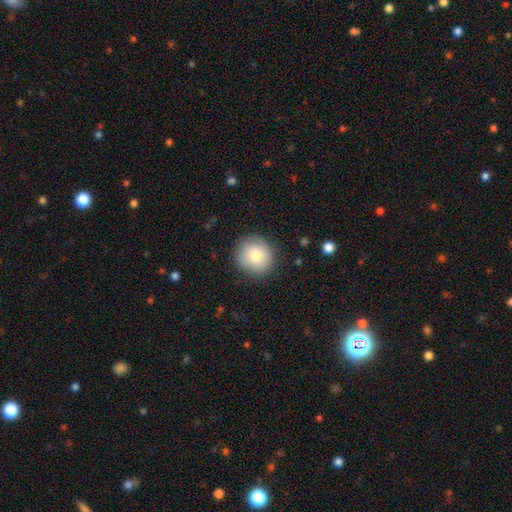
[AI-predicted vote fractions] Smooth or featured? smooth (79%)
How rounded? round (93%)
Merging? none (88%)